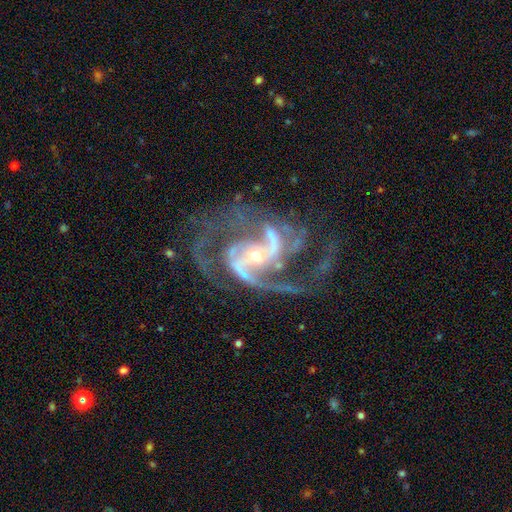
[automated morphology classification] This is clearly a featured or disk galaxy (92%). It is clearly not viewed edge-on (98%). Bar: marginally strong (36%). Spiral arm pattern: clearly yes (98%). Spiral arm count: possibly 2 (51%). Spiral winding: possibly medium (58%). Central bulge: possibly small (58%). Merging: possibly none (53%).